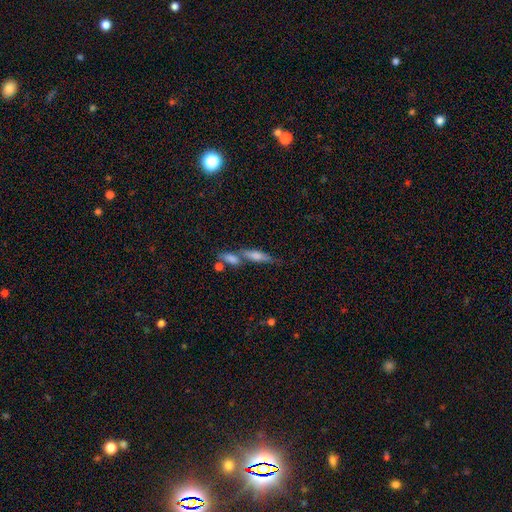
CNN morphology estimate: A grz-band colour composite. It shows a smooth galaxy with no disk features (49%). Merging: merger (43%).